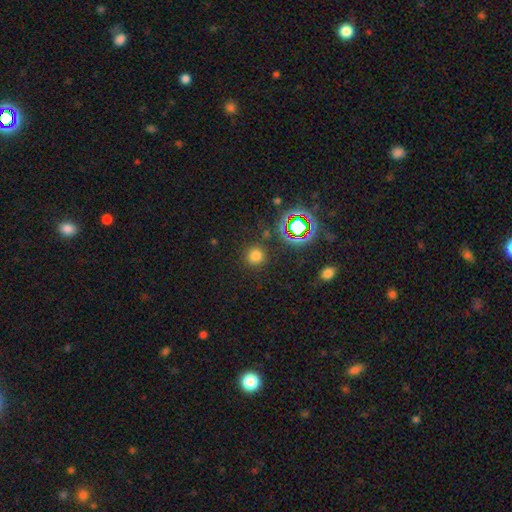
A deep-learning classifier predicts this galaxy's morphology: smooth-or-featured: smooth: 72% | star or artifact: 22% | featured or disk: 6%
  how-rounded: round: 94% | in between: 5% | cigar-shaped: 1%
  merging: none: 87% | minor disturbance: 7% | major disturbance: 3% | merger: 3%